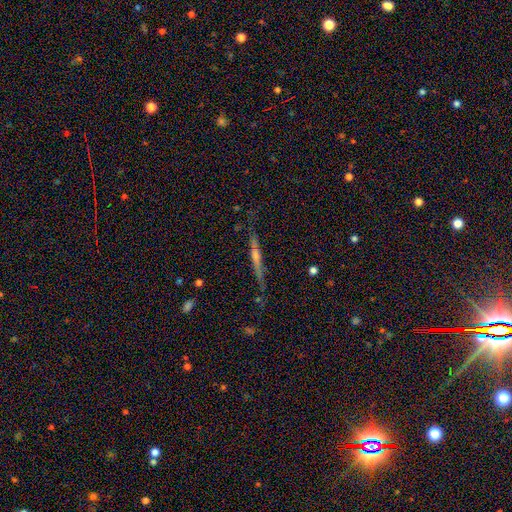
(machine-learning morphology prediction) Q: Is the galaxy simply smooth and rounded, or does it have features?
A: featured or disk — 66%.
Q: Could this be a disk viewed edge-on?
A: yes — 96%.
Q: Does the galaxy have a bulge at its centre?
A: rounded — 59%.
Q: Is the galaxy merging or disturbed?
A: none — 78%.